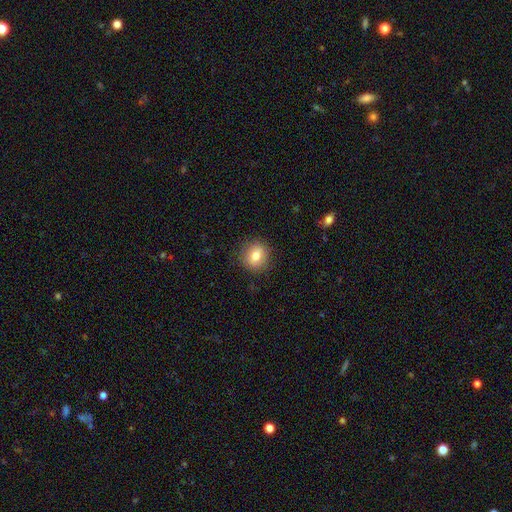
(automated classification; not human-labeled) smooth_or_featured: smooth (p=0.80) [alt: featured or disk p=0.11]
how_rounded: round (p=0.81) [alt: in between p=0.18]
merging: none (p=0.88) [alt: minor disturbance p=0.08]